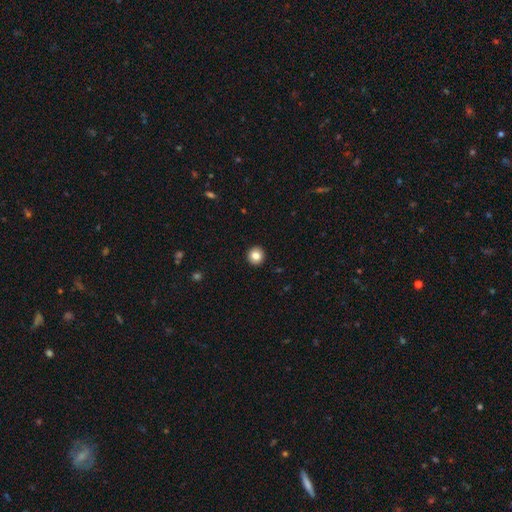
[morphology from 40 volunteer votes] Smooth or featured? smooth (85%)
How rounded? round (94%)
Merging? none (94%)